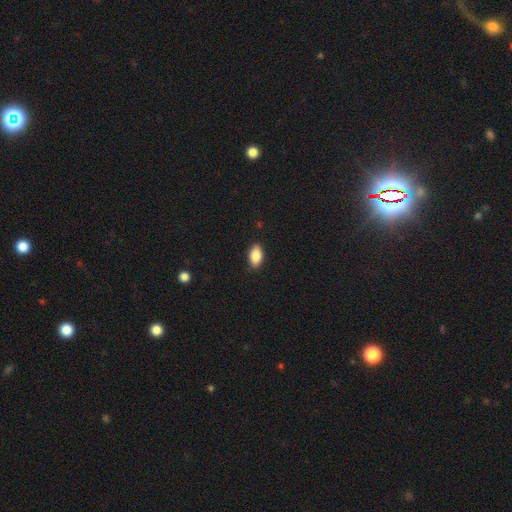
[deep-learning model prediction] Q: Smooth or featured?
A: smooth (87%); runner-up: star or artifact (7%)
Q: How rounded?
A: in between (92%); runner-up: round (5%)
Q: Merging?
A: none (88%); runner-up: minor disturbance (9%)